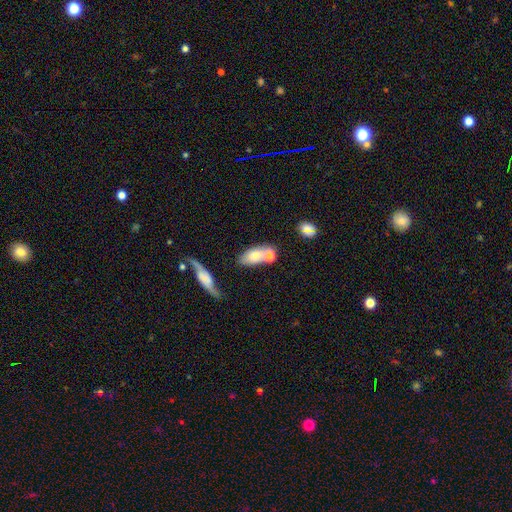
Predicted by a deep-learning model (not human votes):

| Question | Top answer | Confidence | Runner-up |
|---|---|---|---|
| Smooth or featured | smooth | 67% | featured or disk (24%) |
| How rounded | in between | 82% | cigar-shaped (10%) |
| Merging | none | 43% | merger (35%) |